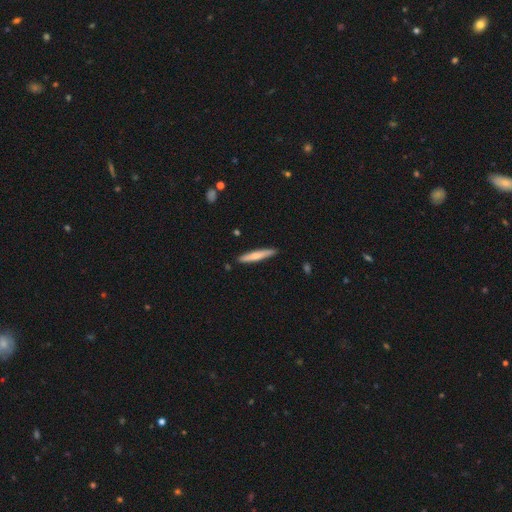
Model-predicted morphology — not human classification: Smooth or featured? Predicted: smooth (p=0.65). How rounded? Predicted: cigar-shaped (p=0.93). Merging? Predicted: none (p=0.88).